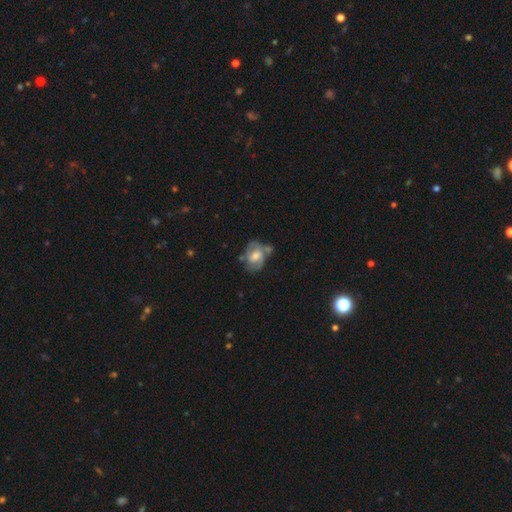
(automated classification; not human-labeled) A featured or disk galaxy (59%) with no bar (52%), spiral arms (71%) and a moderate central bulge (60%). Merging: none (43%).